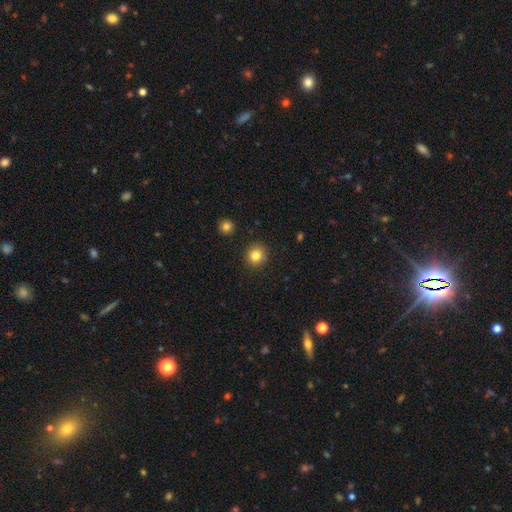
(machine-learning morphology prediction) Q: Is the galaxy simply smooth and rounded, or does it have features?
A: smooth — 82%.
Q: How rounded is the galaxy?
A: round — 90%.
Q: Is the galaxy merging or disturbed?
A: none — 88%.